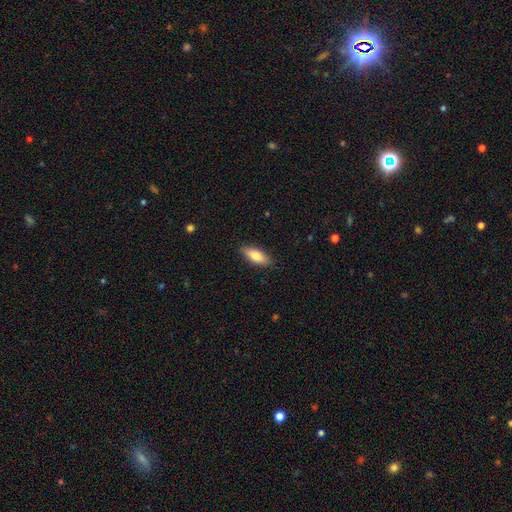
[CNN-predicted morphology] Overall: smooth (77%). How rounded: in between (69%; cigar-shaped 29%). Merging: none (88%).